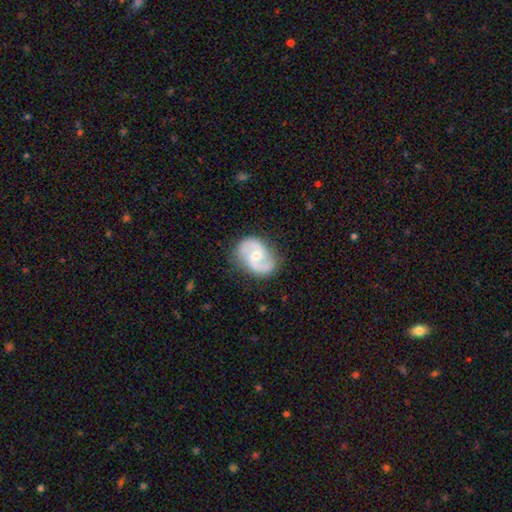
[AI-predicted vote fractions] smooth_or_featured: featured or disk (p=0.84) [alt: smooth p=0.11]
disk_edge_on: no (p=0.98) [alt: yes p=0.02]
bar: no (p=0.50) [alt: weak p=0.41]
has_spiral_arms: yes (p=0.96) [alt: no p=0.04]
spiral_winding: medium (p=0.52) [alt: loose p=0.30]
spiral_arm_count: 2 (p=0.90) [alt: can't tell p=0.04]
bulge_size: moderate (p=0.52) [alt: small p=0.44]
merging: none (p=0.77) [alt: minor disturbance p=0.17]